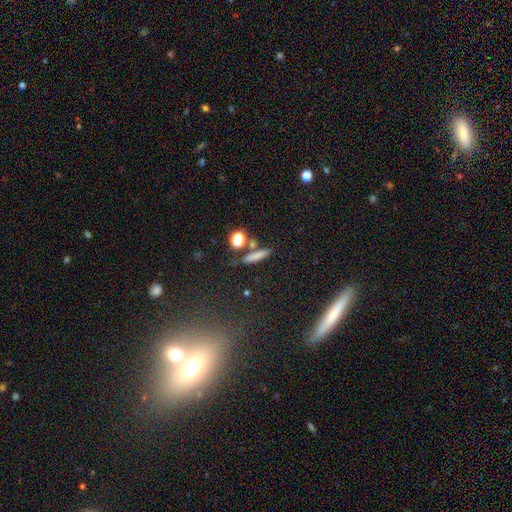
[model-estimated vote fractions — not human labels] Overall: smooth (73%). How rounded: cigar-shaped (68%). Merging: none (74%).